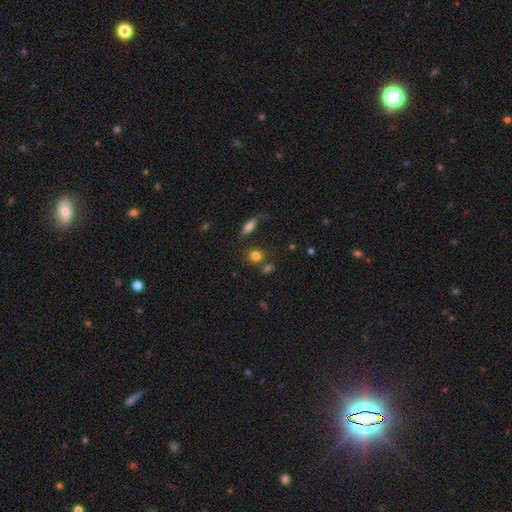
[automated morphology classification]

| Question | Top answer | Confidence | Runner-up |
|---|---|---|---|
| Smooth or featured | smooth | 80% | star or artifact (12%) |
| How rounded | round | 74% | in between (24%) |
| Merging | none | 69% | merger (14%) |